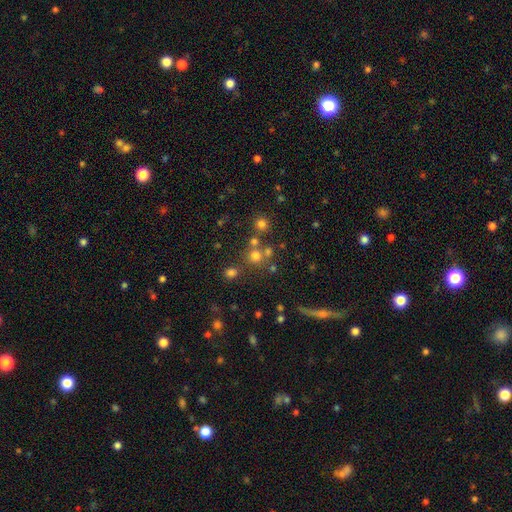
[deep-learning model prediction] A smooth galaxy with no disk features (68%) that is round (89%).

Vote fractions:
- Smooth or featured? smooth: 68% / star or artifact: 22% / featured or disk: 9%
- How rounded? round: 89% / in between: 10% / cigar-shaped: 1%
- Merging? none: 67% / merger: 21% / minor disturbance: 8% / major disturbance: 4%